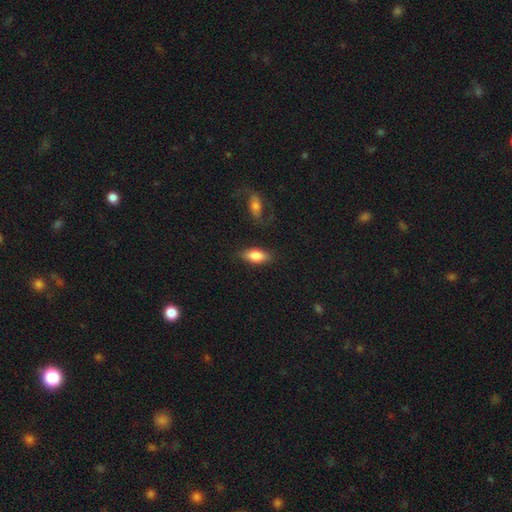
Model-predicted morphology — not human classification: The model was most divided on "smooth or featured": smooth: 79%, featured or disk: 15%, star or artifact: 7%. More confident: how rounded — in between (84%); merging — none (81%).